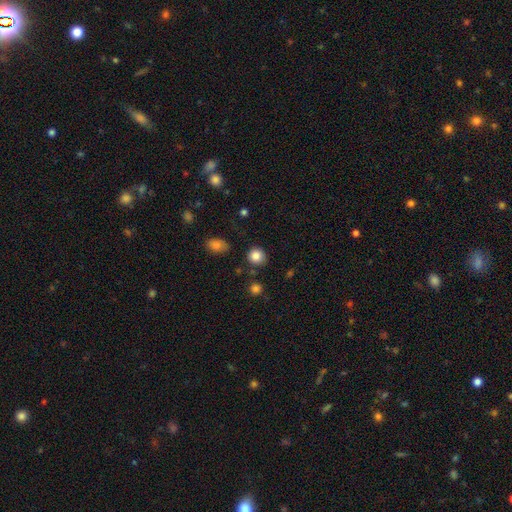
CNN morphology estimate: A smooth galaxy with no disk features (85%) that is round (86%). Merging: none (84%).